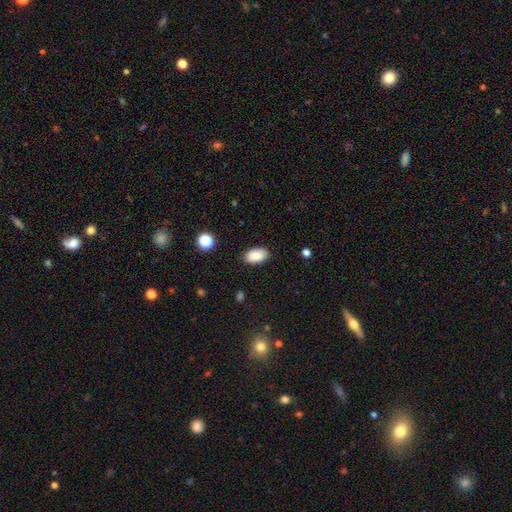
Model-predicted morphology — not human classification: A smooth galaxy with no disk features (87%) that is in between round and cigar-shaped (93%).

Vote fractions:
- Smooth or featured? smooth: 87% / star or artifact: 7% / featured or disk: 5%
- How rounded? in between: 93% / round: 5% / cigar-shaped: 1%
- Merging? none: 86% / minor disturbance: 10% / major disturbance: 2% / merger: 1%